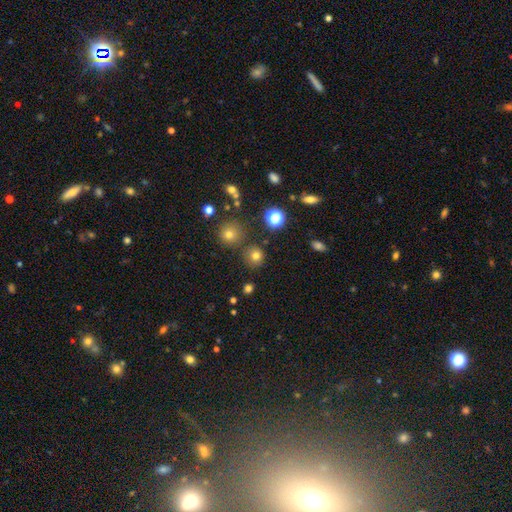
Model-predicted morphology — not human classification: Smooth or featured? Predicted: smooth (p=0.74). How rounded? Predicted: round (p=0.91). Merging? Predicted: none (p=0.82).